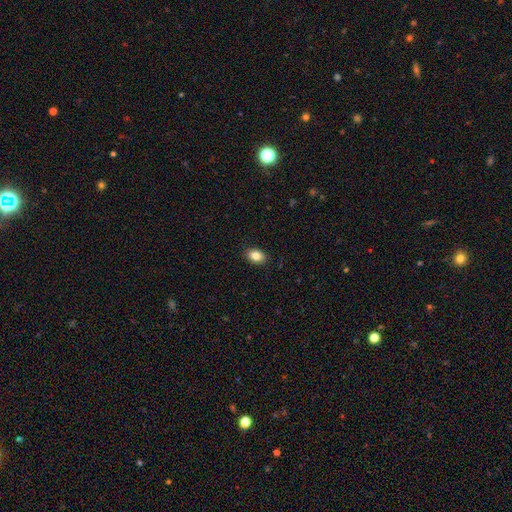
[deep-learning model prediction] A smooth galaxy with no disk features (85%) that is in between round and cigar-shaped (83%).

Vote fractions:
- Smooth or featured? smooth: 85% / star or artifact: 9% / featured or disk: 7%
- How rounded? in between: 83% / round: 16% / cigar-shaped: 1%
- Merging? none: 89% / minor disturbance: 8% / major disturbance: 2% / merger: 1%